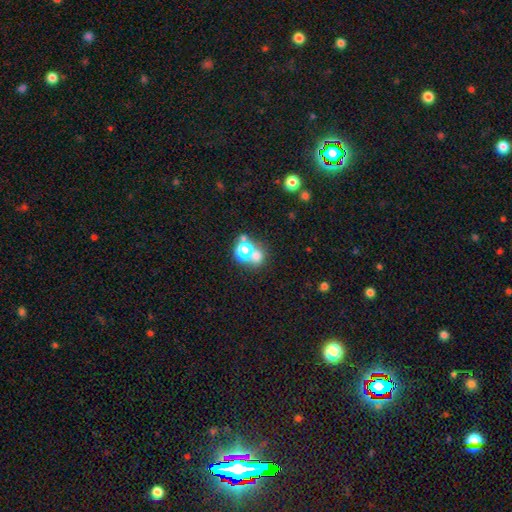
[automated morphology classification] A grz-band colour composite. It shows a smooth galaxy with no disk features (64%) that is round (78%). Merging: none (46%).